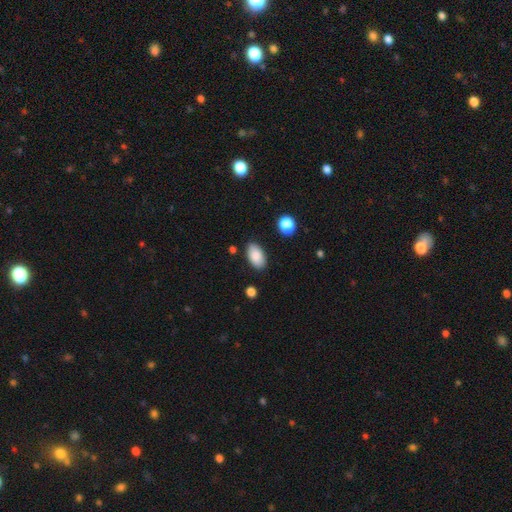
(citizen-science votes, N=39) Overall: smooth (92%). How rounded: in between (94%). Merging: none (94%).